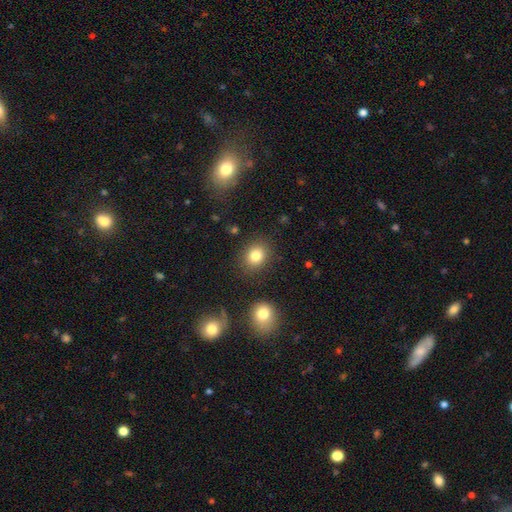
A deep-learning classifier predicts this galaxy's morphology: smooth_or_featured: smooth (p=0.82) [alt: star or artifact p=0.11]
how_rounded: round (p=0.61) [alt: in between p=0.38]
merging: none (p=0.85) [alt: minor disturbance p=0.09]